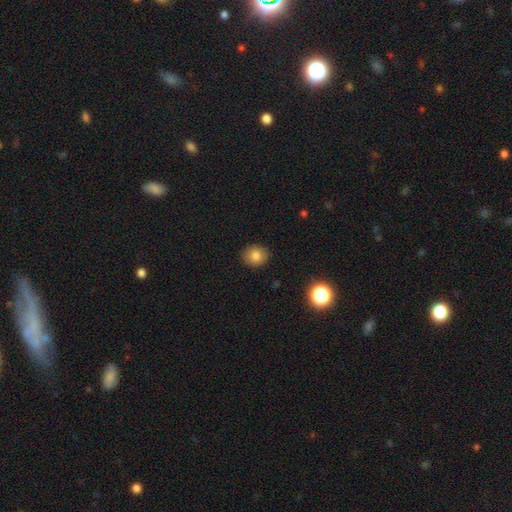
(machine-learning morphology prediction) The model was most divided on "how rounded": round: 74%, in between: 25%, cigar-shaped: 1%. More confident: merging — none (89%); smooth or featured — smooth (80%).